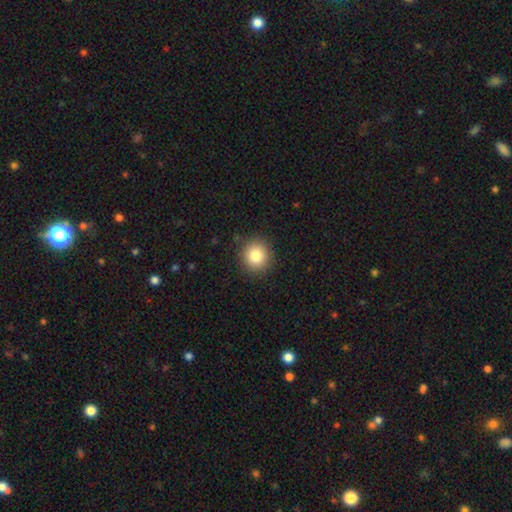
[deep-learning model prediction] Overall: smooth (82%). How rounded: round (91%). Merging: none (90%).